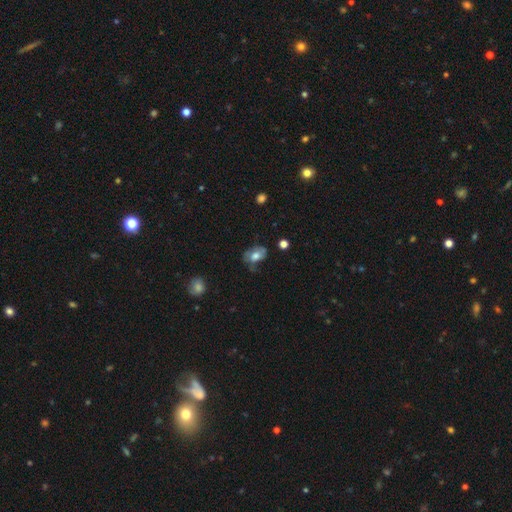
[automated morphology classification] Smooth or featured? Predicted: smooth (p=0.58). How rounded? Predicted: in between (p=0.82). Merging? Predicted: none (p=0.46).